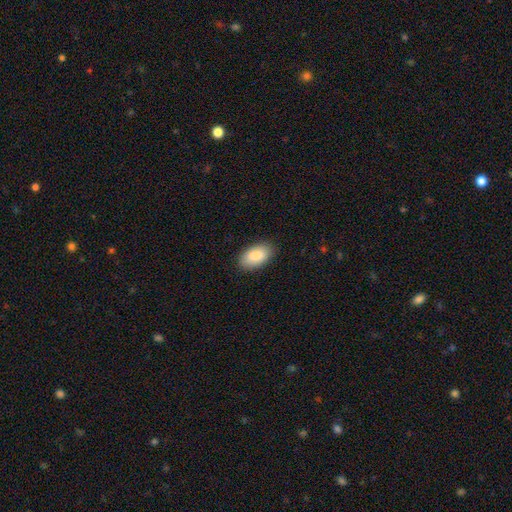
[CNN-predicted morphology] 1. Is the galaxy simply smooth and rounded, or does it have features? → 87% smooth, 7% featured or disk, 6% star or artifact.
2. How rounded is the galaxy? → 95% in between, 3% round, 2% cigar-shaped.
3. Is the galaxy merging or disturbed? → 87% none, 10% minor disturbance, 2% major disturbance, 1% merger.